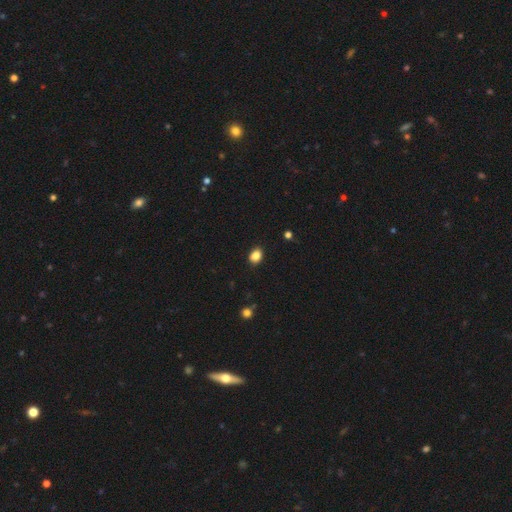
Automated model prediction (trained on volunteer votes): Overall: smooth (86%). How rounded: in between (68%; round 31%). Merging: none (88%).